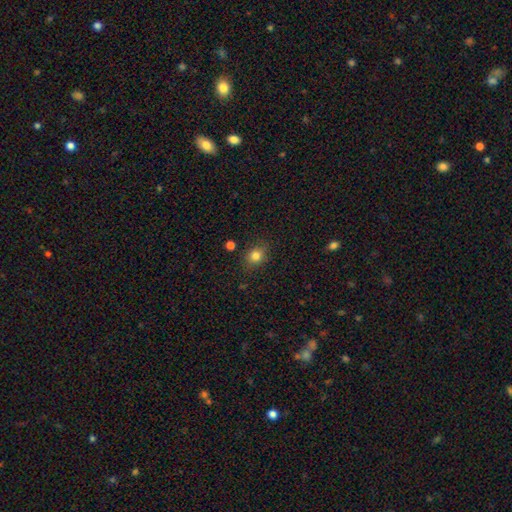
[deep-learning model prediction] Smooth or featured? Predicted: smooth (p=0.82). How rounded? Predicted: round (p=0.60). Merging? Predicted: none (p=0.84).